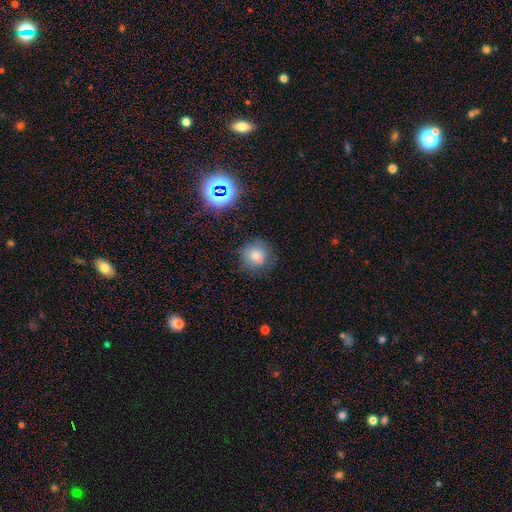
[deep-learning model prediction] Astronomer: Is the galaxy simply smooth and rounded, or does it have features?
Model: smooth — 73%.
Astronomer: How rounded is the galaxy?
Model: round — 87%.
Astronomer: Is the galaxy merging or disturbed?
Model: none — 65%.